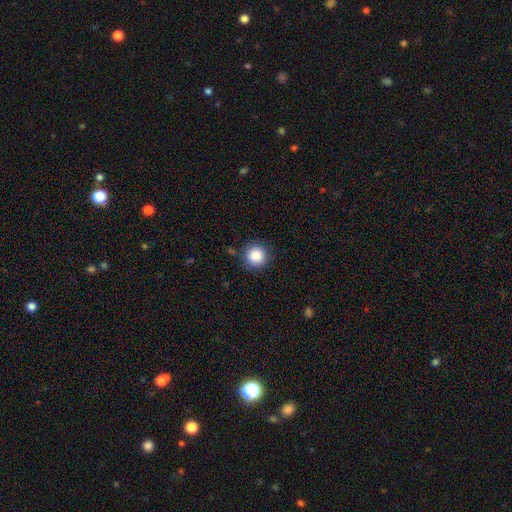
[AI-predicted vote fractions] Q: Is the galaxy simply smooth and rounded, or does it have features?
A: smooth — 86%.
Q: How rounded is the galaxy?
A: round — 94%.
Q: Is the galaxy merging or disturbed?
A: none — 88%.